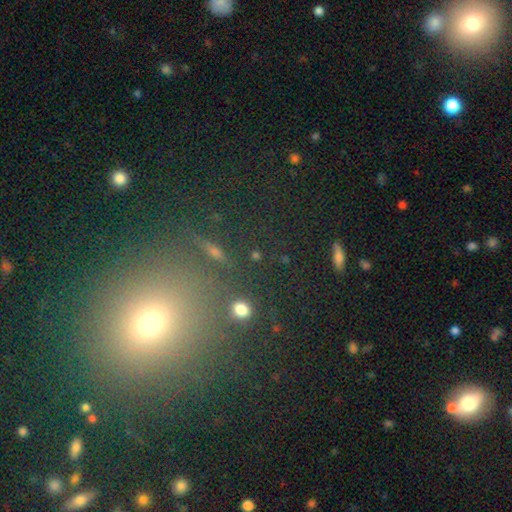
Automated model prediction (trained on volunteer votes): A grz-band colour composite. It shows a smooth galaxy with no disk features (47%). Merging: none (83%).